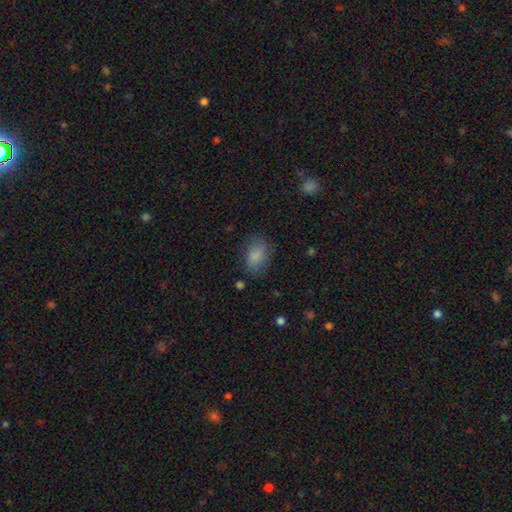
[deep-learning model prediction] Smooth or featured? smooth (84%)
How rounded? in between (85%)
Merging? none (75%)